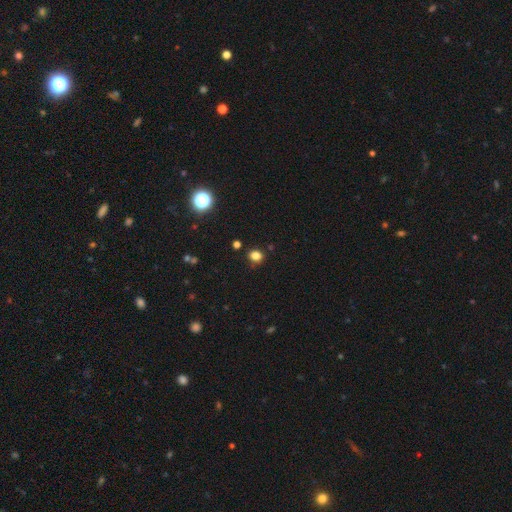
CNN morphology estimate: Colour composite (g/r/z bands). It shows a smooth galaxy with no disk features (80%) that is round (66%). Merging: none (82%).